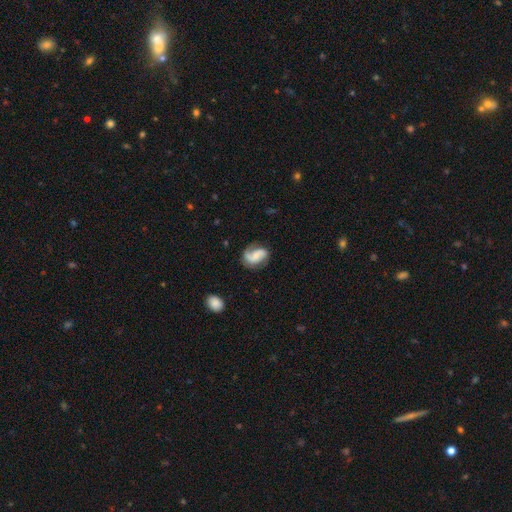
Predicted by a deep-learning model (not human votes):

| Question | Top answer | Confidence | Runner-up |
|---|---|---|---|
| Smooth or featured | featured or disk | 72% | smooth (21%) |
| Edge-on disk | no | 97% | yes (3%) |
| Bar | no | 48% | weak (37%) |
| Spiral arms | yes | 94% | no (6%) |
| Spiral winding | medium | 42% | loose (38%) |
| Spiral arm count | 2 | 80% | 1 (11%) |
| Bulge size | small | 44% | moderate (31%) |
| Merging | none | 69% | minor disturbance (20%) |